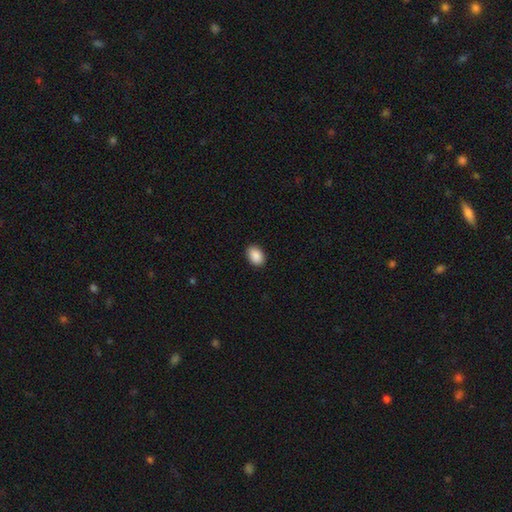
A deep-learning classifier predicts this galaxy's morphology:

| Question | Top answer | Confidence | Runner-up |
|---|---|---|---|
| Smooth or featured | smooth | 90% | star or artifact (7%) |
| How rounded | in between | 81% | round (18%) |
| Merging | none | 90% | minor disturbance (7%) |